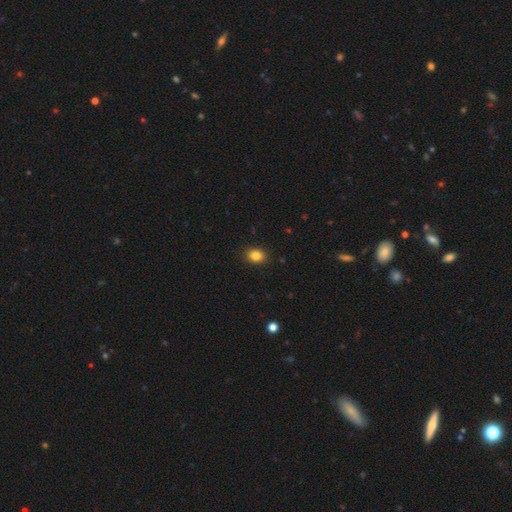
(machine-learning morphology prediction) type=smooth (85%); roundness=in between (67%); merging=none (89%).